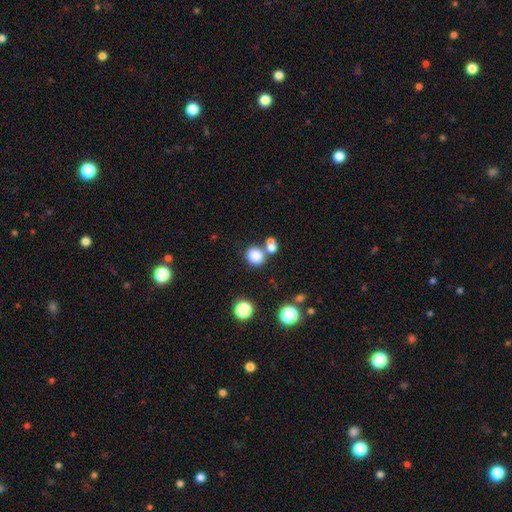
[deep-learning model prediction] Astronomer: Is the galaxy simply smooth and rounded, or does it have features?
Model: smooth — 82%.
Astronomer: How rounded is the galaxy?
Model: round — 78%.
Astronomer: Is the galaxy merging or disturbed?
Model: none — 62%.